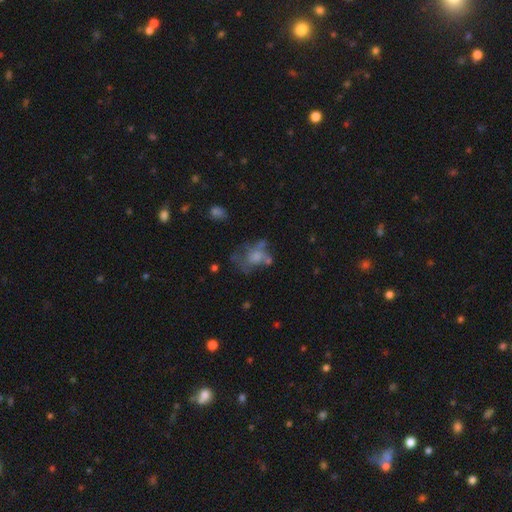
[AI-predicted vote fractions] smooth-or-featured: smooth: 51% | featured or disk: 35% | star or artifact: 14%
  how-rounded: in between: 60% | round: 38% | cigar-shaped: 2%
  merging: major disturbance: 33% | none: 31% | minor disturbance: 20% | merger: 16%